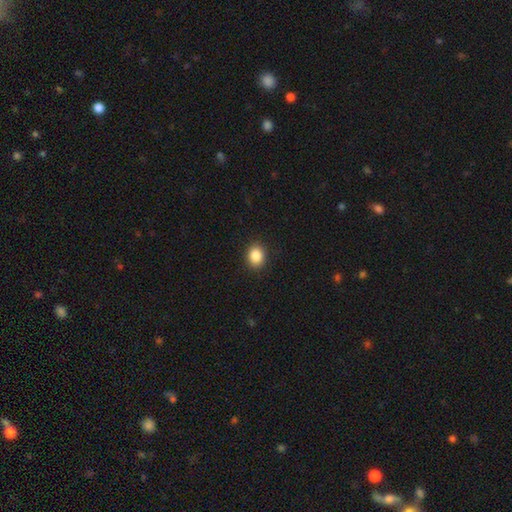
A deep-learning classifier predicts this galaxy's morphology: Overall: smooth (87%). How rounded: round (50%; in between 49%). Merging: none (90%).